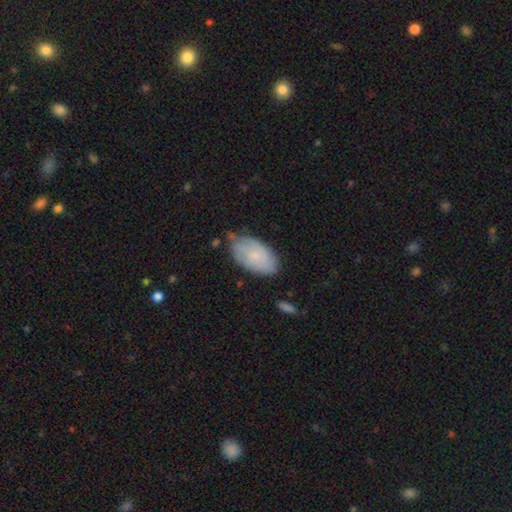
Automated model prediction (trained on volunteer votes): smooth 69%, featured or disk 25%, star or artifact 6%. Down the decision tree: how rounded — in between (94%); merging — none (69%).